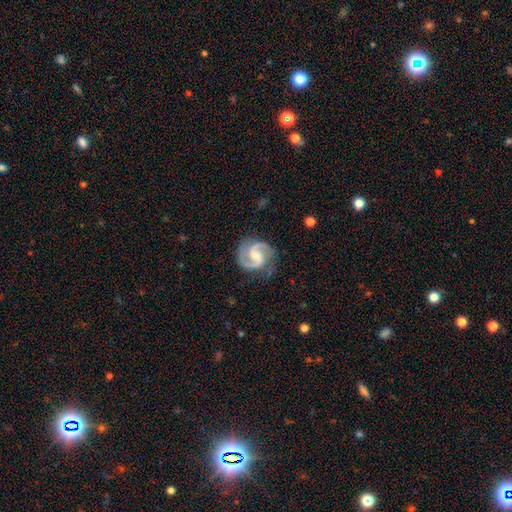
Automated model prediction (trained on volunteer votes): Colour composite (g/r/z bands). It shows a featured or disk galaxy (92%) with a weak bar (50%), 2 (94%) medium (63%) spiral arms (98%) and a small central bulge (47%). Merging: none (79%).